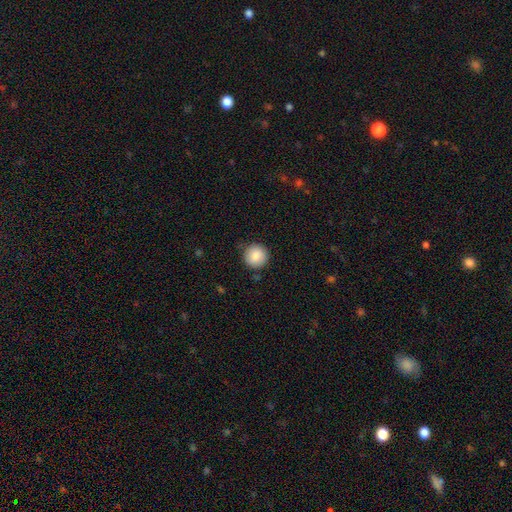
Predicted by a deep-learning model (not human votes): This appears to be a smooth galaxy with no disk features (87%) that is round (95%). Merging: none (85%).